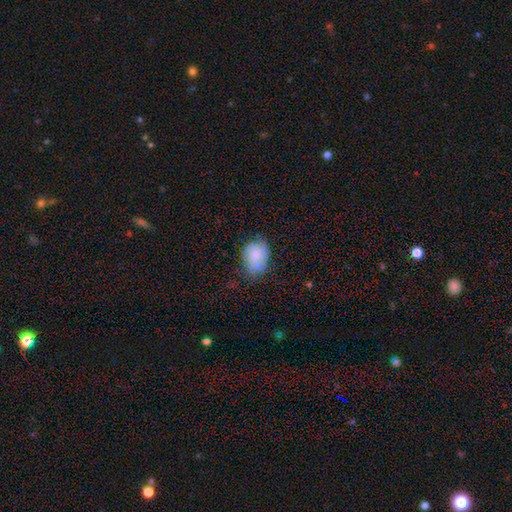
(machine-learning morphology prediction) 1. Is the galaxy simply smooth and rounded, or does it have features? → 65% smooth, 27% featured or disk, 8% star or artifact.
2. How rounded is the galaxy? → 73% in between, 26% round, 1% cigar-shaped.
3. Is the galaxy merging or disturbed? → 54% none, 33% minor disturbance, 12% major disturbance, 2% merger.